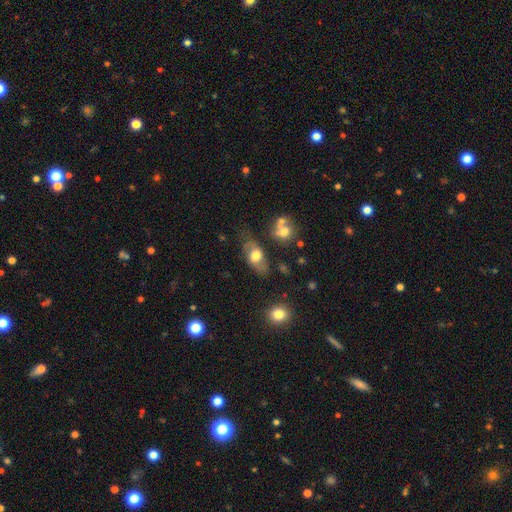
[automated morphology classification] This is possibly a smooth galaxy (54%). How rounded: clearly in between (82%). Merging: likely none (62%).